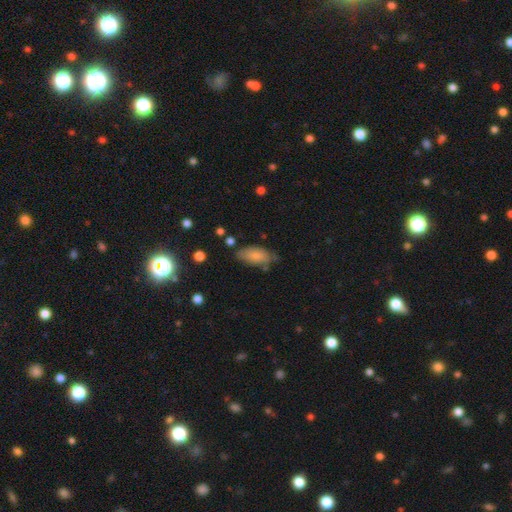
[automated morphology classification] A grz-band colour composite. It shows a smooth galaxy with no disk features (79%) that is in between round and cigar-shaped (88%). Merging: none (63%).